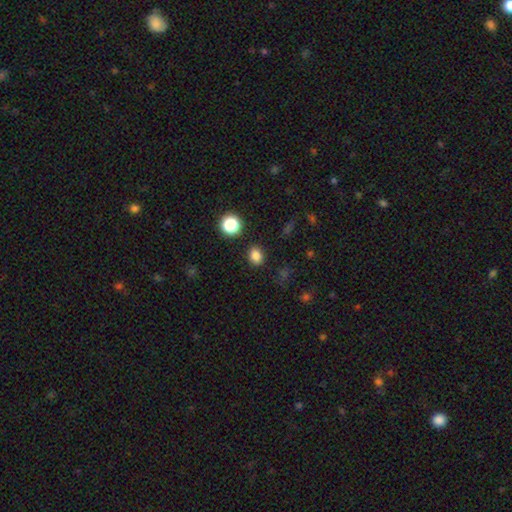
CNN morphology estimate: Smooth or featured? smooth (82%)
How rounded? in between (50%)
Merging? none (87%)